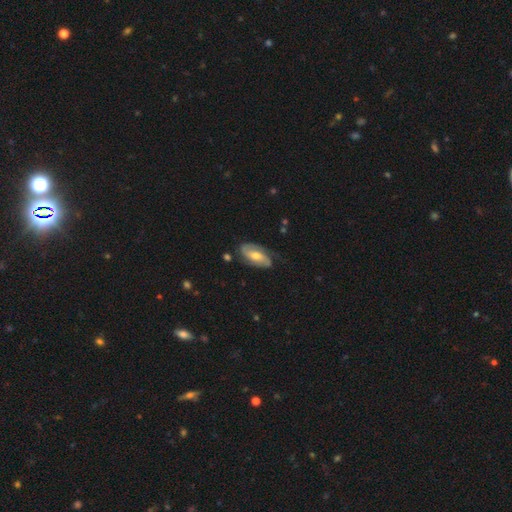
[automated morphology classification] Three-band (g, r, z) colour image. It shows a featured or disk galaxy (73%) with no bar (45%), 2 (83%) medium (42%) spiral arms (93%) and a moderate central bulge (62%). Merging: none (73%).